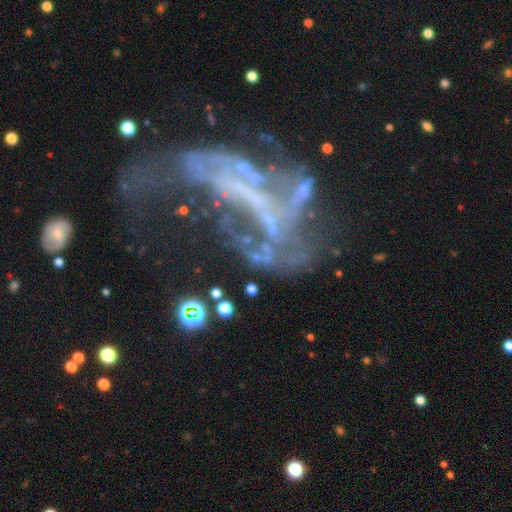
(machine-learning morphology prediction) The model was most divided on "spiral arms": no: 65%, yes: 35%. More confident: edge-on disk — no (93%); bulge size — none (72%); smooth or featured — featured or disk (71%); bar — no (56%); merging — major disturbance (51%).